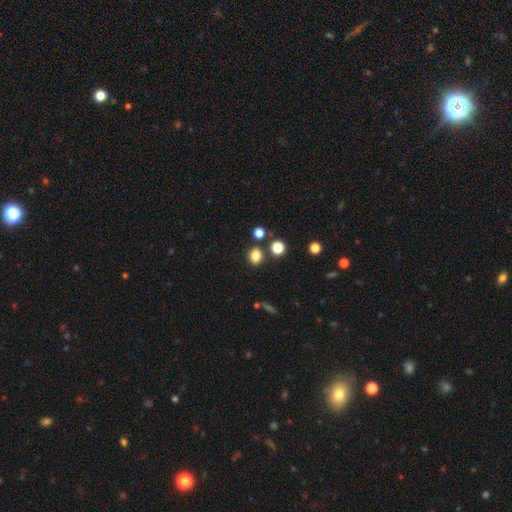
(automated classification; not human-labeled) The model was most divided on "how rounded": round: 56%, in between: 43%, cigar-shaped: 1%. More confident: smooth or featured — smooth (81%); merging — none (80%).